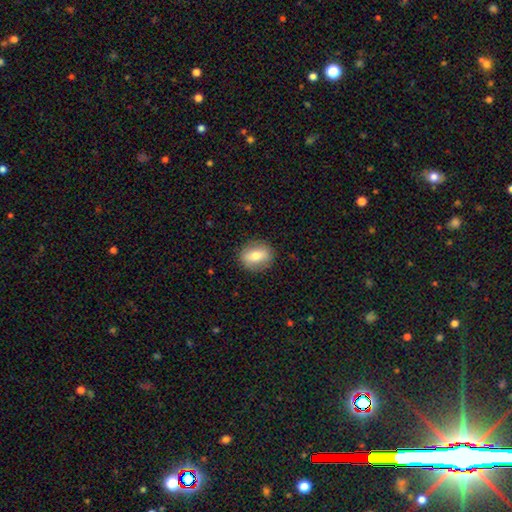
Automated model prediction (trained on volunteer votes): Q: Smooth or featured?
A: smooth (67%); runner-up: featured or disk (26%)
Q: How rounded?
A: round (51%); runner-up: in between (46%)
Q: Merging?
A: none (87%); runner-up: minor disturbance (10%)